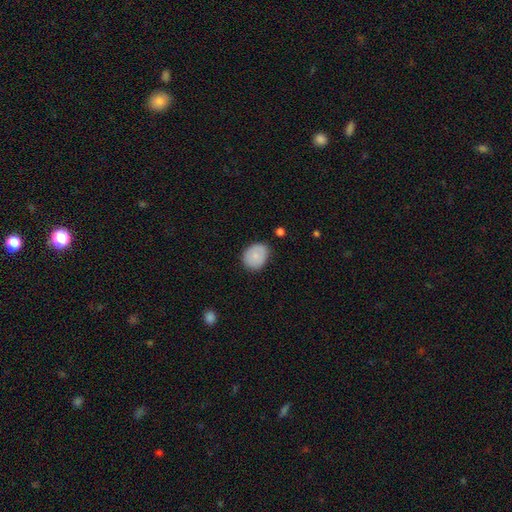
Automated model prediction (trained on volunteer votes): smooth_or_featured: smooth (p=0.82) [alt: featured or disk p=0.11]
how_rounded: round (p=0.50) [alt: in between p=0.49]
merging: none (p=0.76) [alt: minor disturbance p=0.19]